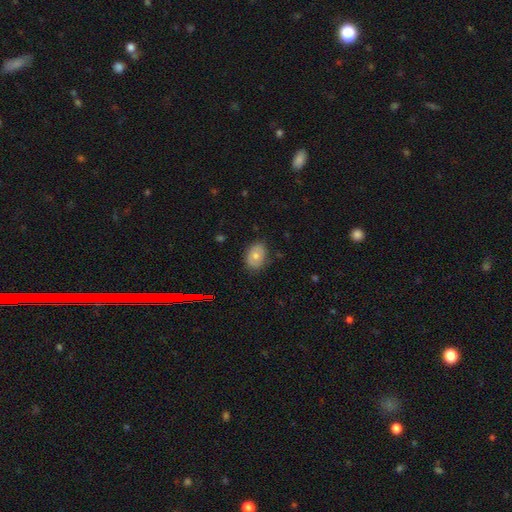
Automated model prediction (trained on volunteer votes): Smooth or featured? smooth (71%)
How rounded? in between (73%)
Merging? none (81%)